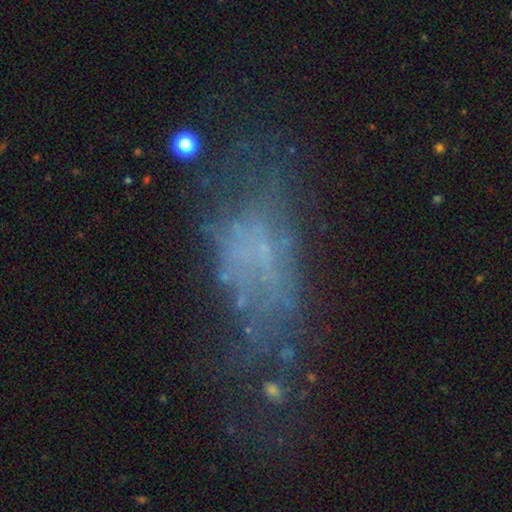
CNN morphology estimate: Smooth or featured: featured or disk — 42% (smooth — 33%)
Merging: major disturbance — 39% (none — 33%)